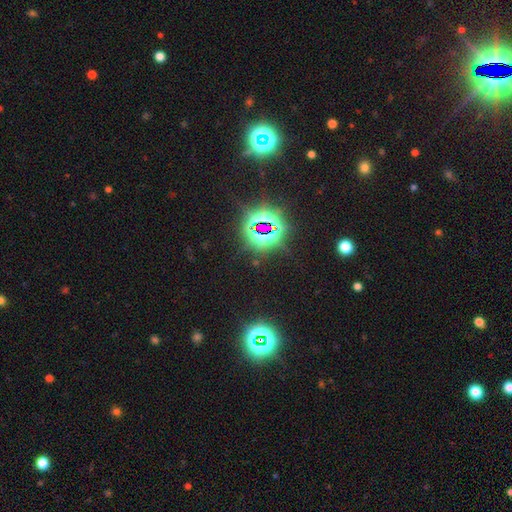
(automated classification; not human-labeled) Morphology: type=star or artifact (79%).